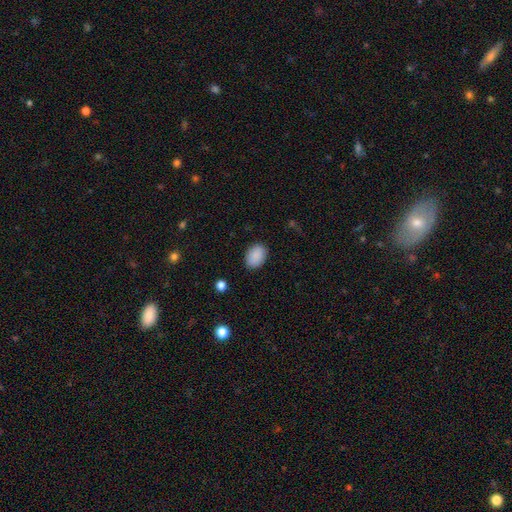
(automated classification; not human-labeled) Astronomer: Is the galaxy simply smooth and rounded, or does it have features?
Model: smooth — 90%.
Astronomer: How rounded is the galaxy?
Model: in between — 81%.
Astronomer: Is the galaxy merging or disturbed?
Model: none — 87%.